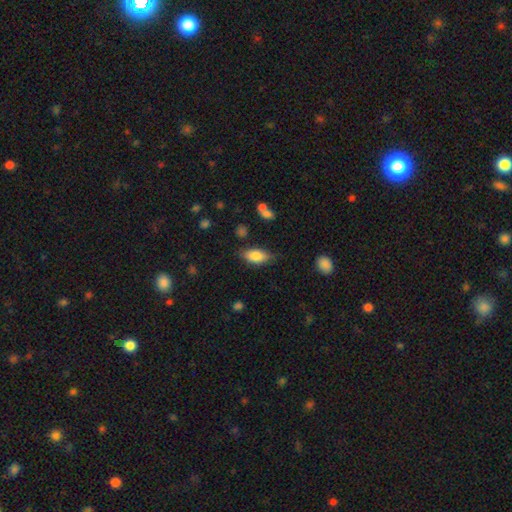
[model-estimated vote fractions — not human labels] Q: Smooth or featured?
A: smooth (80%); runner-up: featured or disk (13%)
Q: How rounded?
A: in between (86%); runner-up: cigar-shaped (10%)
Q: Merging?
A: none (75%); runner-up: minor disturbance (19%)